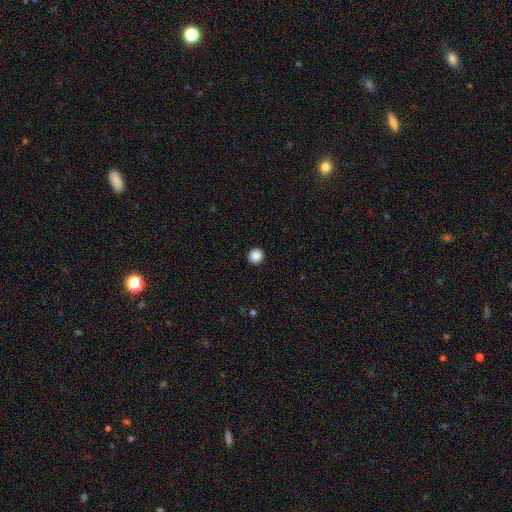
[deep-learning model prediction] Smooth or featured: smooth — 88% (star or artifact — 10%)
How rounded: round — 94% (in between — 5%)
Merging: none — 93% (minor disturbance — 4%)